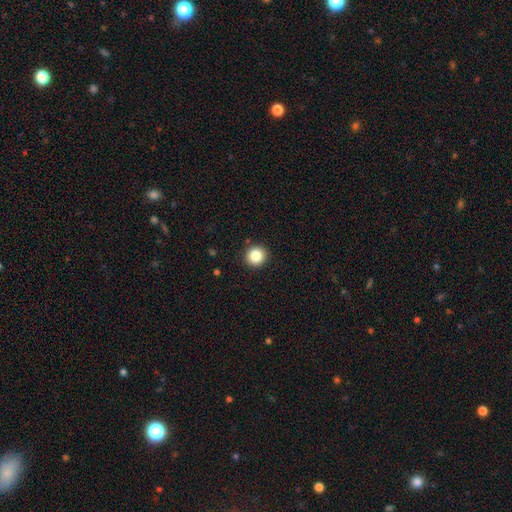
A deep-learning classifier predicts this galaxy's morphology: Smooth or featured: smooth — 85% (star or artifact — 10%)
How rounded: round — 94% (in between — 5%)
Merging: none — 92% (minor disturbance — 5%)